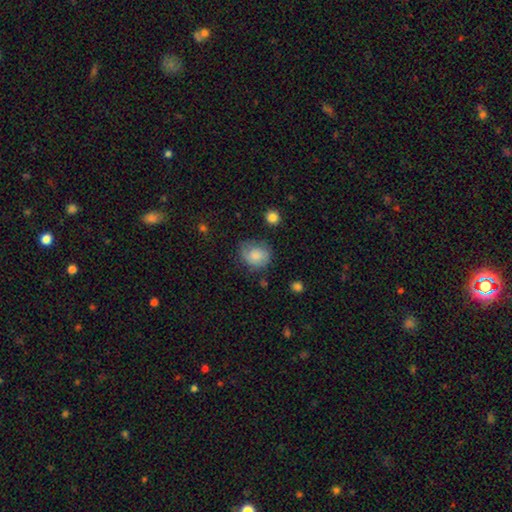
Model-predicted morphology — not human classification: Overall: smooth (70%). How rounded: round (66%; in between 33%). Merging: none (58%; minor disturbance 27%).